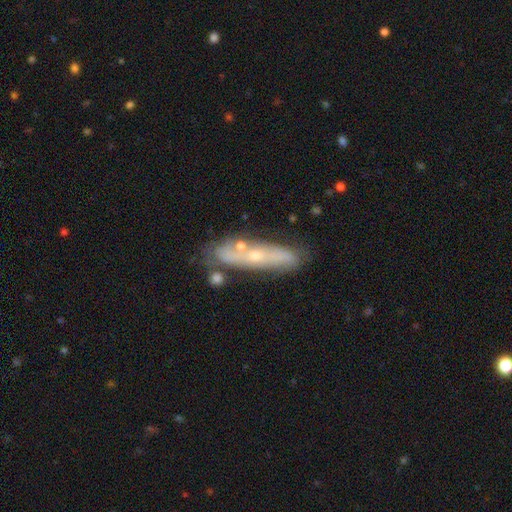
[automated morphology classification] smooth_or_featured: featured or disk (p=0.63) [alt: smooth p=0.29]
disk_edge_on: no (p=0.53) [alt: yes p=0.47]
merging: none (p=0.67) [alt: minor disturbance p=0.17]